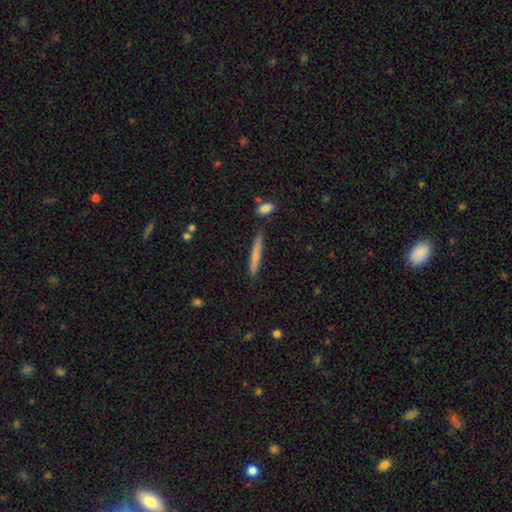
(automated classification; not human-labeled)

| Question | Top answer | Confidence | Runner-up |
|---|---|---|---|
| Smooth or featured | smooth | 71% | featured or disk (23%) |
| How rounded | cigar-shaped | 96% | in between (3%) |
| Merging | none | 88% | minor disturbance (8%) |